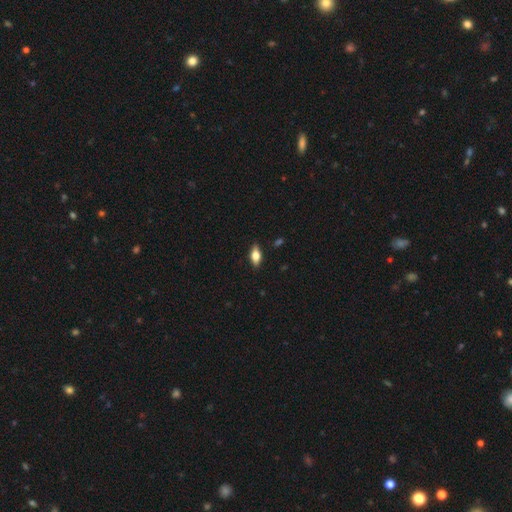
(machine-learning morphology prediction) Smooth or featured: smooth — 60% (featured or disk — 32%)
How rounded: in between — 83% (cigar-shaped — 12%)
Merging: none — 86% (minor disturbance — 11%)